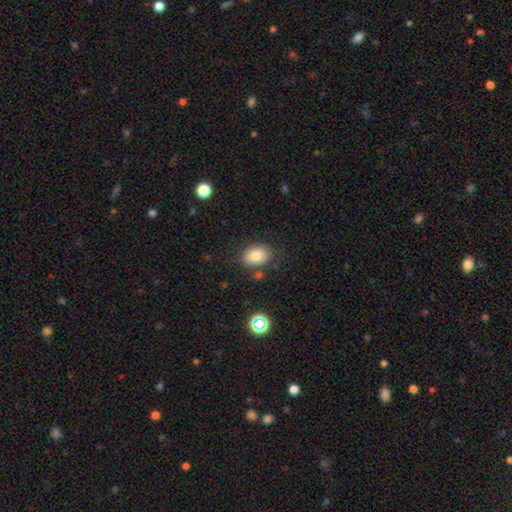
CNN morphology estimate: Smooth or featured: smooth — 83% (star or artifact — 10%)
How rounded: in between — 78% (round — 21%)
Merging: none — 78% (minor disturbance — 14%)